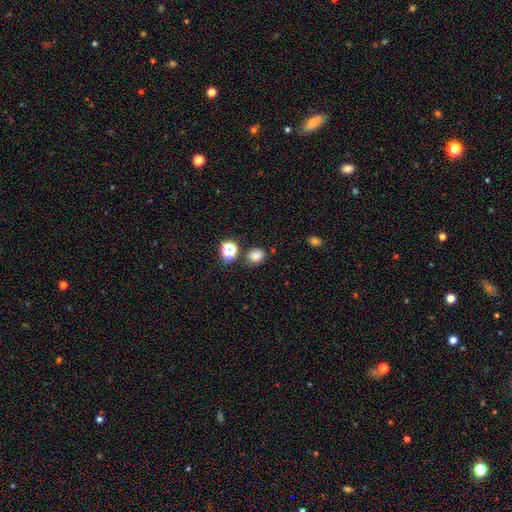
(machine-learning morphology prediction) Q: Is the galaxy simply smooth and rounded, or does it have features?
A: smooth — 76%.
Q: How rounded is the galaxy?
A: in between — 50%.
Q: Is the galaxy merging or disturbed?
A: none — 75%.